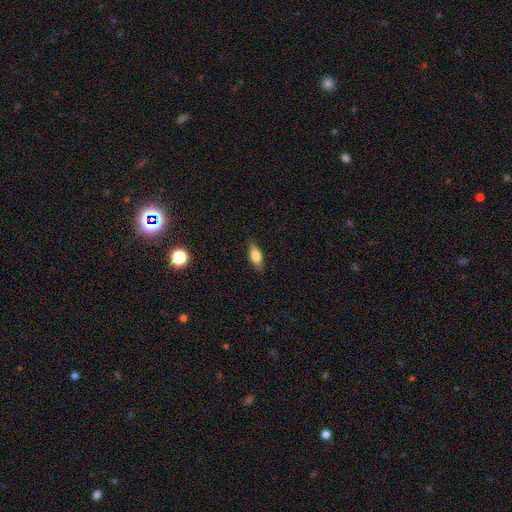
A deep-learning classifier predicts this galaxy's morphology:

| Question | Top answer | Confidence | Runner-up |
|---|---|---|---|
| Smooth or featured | smooth | 76% | featured or disk (16%) |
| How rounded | in between | 72% | cigar-shaped (24%) |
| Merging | none | 85% | minor disturbance (11%) |